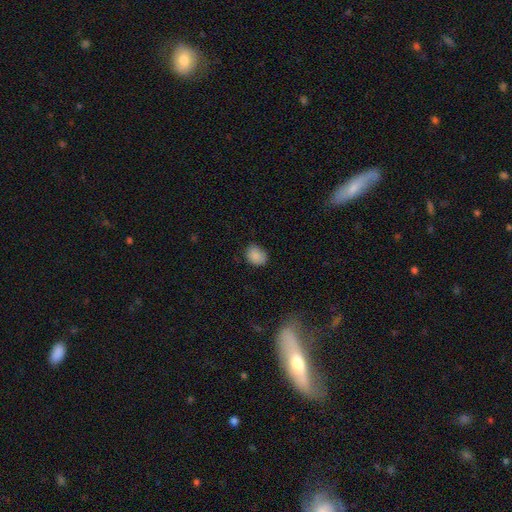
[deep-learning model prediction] A smooth galaxy with no disk features (87%) that is in between round and cigar-shaped (53%).

Vote fractions:
- Smooth or featured? smooth: 87% / star or artifact: 9% / featured or disk: 4%
- How rounded? in between: 53% / round: 46% / cigar-shaped: 1%
- Merging? none: 76% / minor disturbance: 20% / major disturbance: 4% / merger: 1%